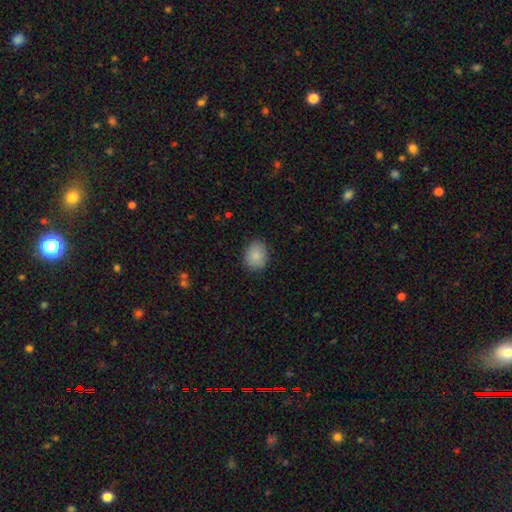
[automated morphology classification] type=smooth (87%); roundness=in between (51%); merging=none (84%).